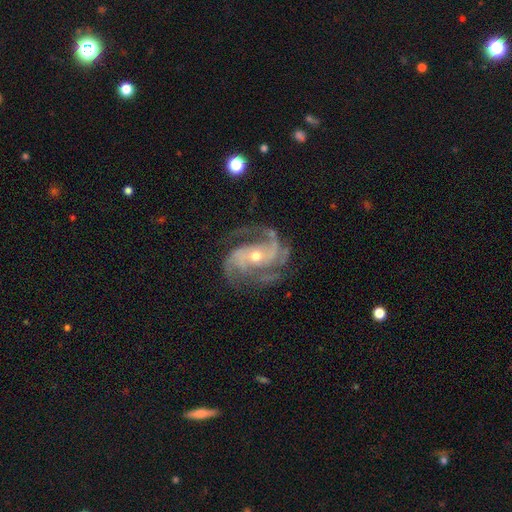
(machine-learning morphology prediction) featured or disk 92%, star or artifact 5%, smooth 3%. Down the decision tree: edge-on disk — no (98%); bar — no (54%); spiral arms — yes (98%); spiral arm count — 3 (45%); spiral winding — medium (50%); bulge size — small (51%); merging — none (72%).